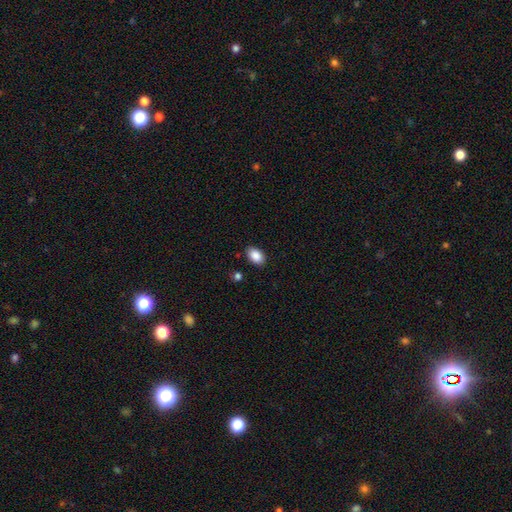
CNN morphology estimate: smooth_or_featured: smooth (p=0.88) [alt: star or artifact p=0.07]
how_rounded: in between (p=0.90) [alt: round p=0.09]
merging: none (p=0.87) [alt: minor disturbance p=0.09]